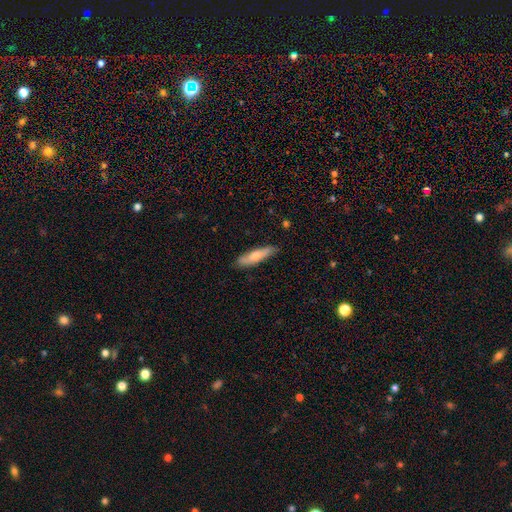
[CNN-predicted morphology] This is likely a smooth galaxy (72%). How rounded: likely cigar-shaped (74%). Merging: clearly none (83%).